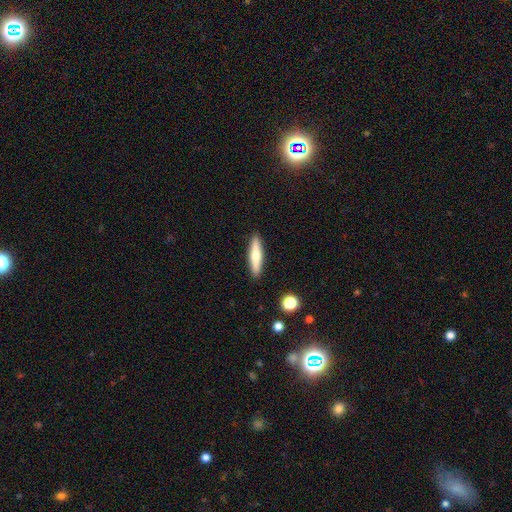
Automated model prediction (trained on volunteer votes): Smooth or featured?
  - smooth: 61% *
  - featured or disk: 33%
  - star or artifact: 6%
How rounded?
  - cigar-shaped: 83% *
  - in between: 16%
  - round: 2%
Merging?
  - none: 90% *
  - minor disturbance: 7%
  - major disturbance: 2%
  - merger: 1%